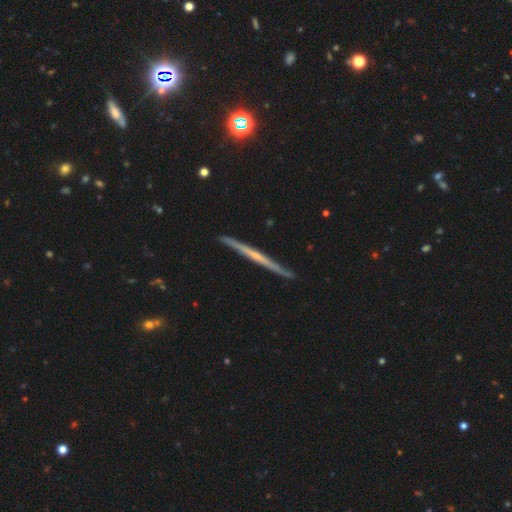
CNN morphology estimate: This appears to be a featured or disk galaxy (72%) viewed edge-on (98%) with no central bulge (62%). Merging: none (90%).